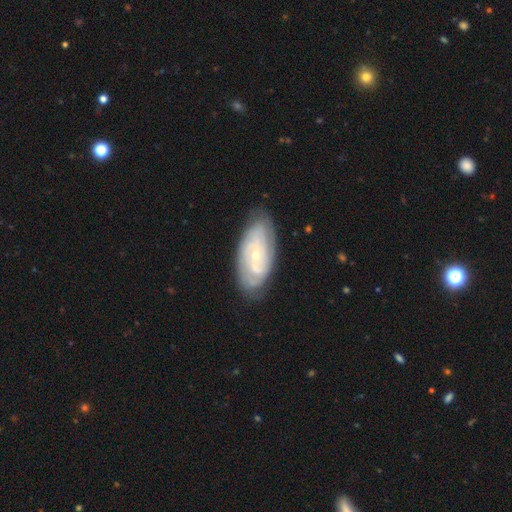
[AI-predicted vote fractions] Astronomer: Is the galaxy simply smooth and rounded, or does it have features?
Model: featured or disk — 80%.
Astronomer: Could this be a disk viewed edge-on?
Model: no — 94%.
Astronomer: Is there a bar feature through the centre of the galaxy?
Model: no — 58%.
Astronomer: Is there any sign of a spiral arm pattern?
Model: yes — 91%.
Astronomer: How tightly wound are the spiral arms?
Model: tight — 66%.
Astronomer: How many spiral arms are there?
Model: can't tell — 38% (runner-up: 2, 36%).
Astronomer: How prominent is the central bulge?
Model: small — 68%.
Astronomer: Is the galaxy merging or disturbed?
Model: none — 78%.